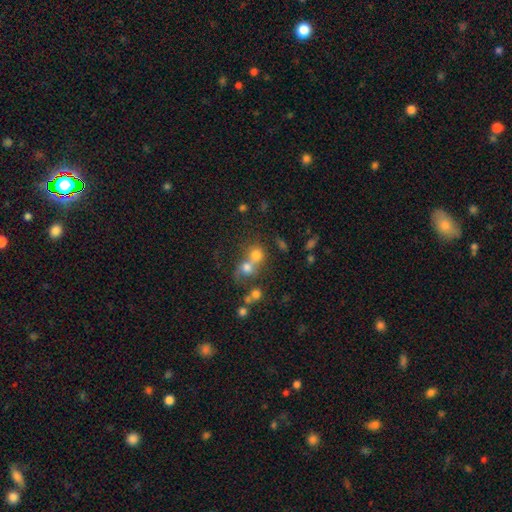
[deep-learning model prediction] A smooth galaxy with no disk features (66%) that is round (76%). Merging: merger (58%).